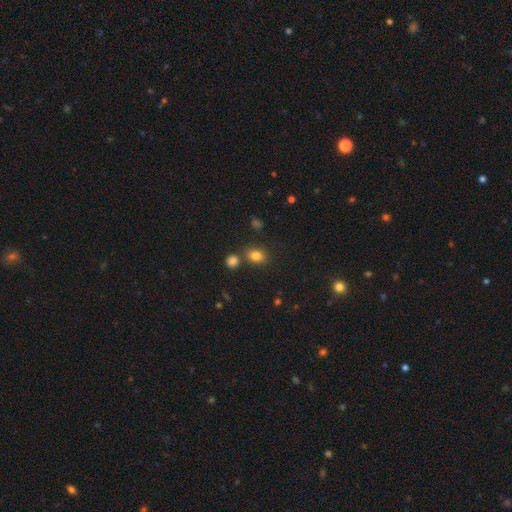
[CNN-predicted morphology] Smooth or featured: smooth — 80% (star or artifact — 13%)
How rounded: in between — 52% (round — 47%)
Merging: none — 72% (merger — 14%)